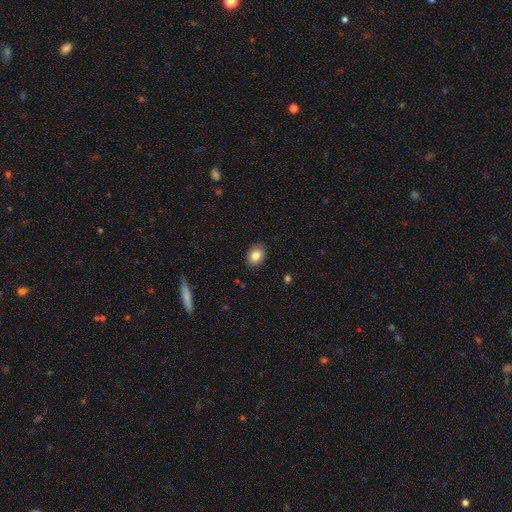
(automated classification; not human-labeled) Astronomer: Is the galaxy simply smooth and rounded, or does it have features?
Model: smooth — 83%.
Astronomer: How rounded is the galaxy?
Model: in between — 66%.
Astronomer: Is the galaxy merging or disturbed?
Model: none — 87%.